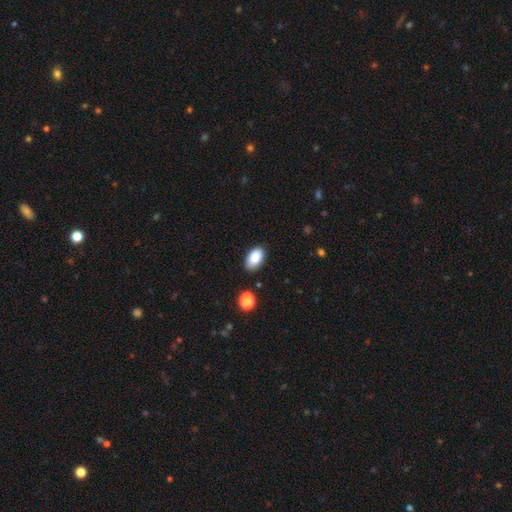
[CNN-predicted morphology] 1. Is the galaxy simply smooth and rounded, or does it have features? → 86% smooth, 8% star or artifact, 6% featured or disk.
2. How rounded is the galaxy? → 92% in between, 6% round, 1% cigar-shaped.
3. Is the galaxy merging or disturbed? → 83% none, 12% minor disturbance, 3% merger, 2% major disturbance.